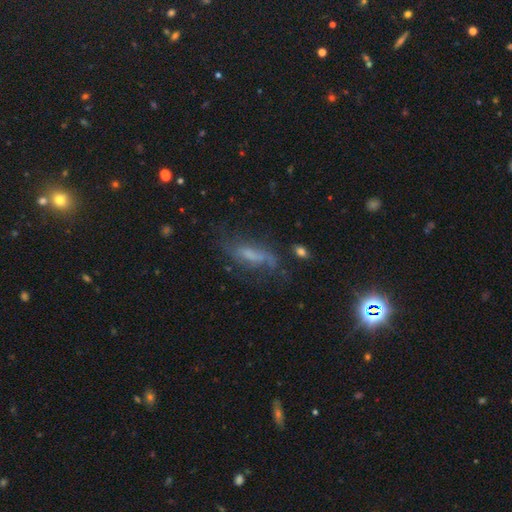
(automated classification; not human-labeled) The model was most divided on "smooth or featured": featured or disk: 46%, smooth: 29%, star or artifact: 25%. More confident: merging — none (58%).